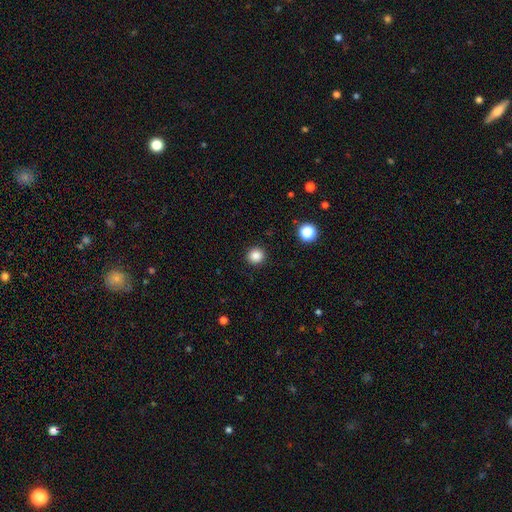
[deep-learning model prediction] A smooth galaxy with no disk features (85%) that is round (91%).

Vote fractions:
- Smooth or featured? smooth: 85% / star or artifact: 12% / featured or disk: 3%
- How rounded? round: 91% / in between: 8% / cigar-shaped: 1%
- Merging? none: 92% / minor disturbance: 5% / major disturbance: 2% / merger: 1%